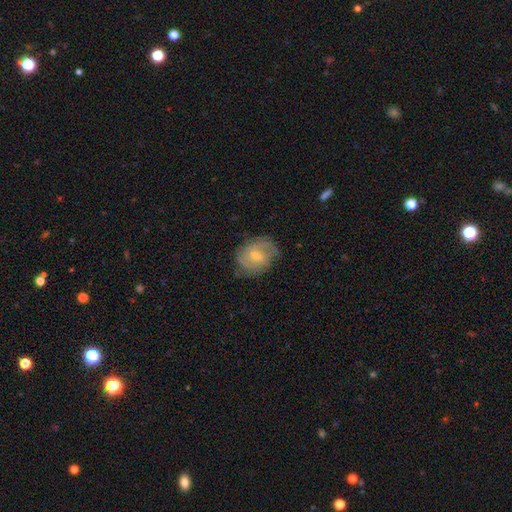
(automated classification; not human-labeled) The model was most divided on "bulge size" (2-way tie): small: 48%, moderate: 48%, none: 2%, large: 2%, dominant: 1%. Remaining: edge-on disk — no (96%); spiral arms — yes (86%); merging — none (73%); smooth or featured — featured or disk (68%); bar — weak (50%); spiral winding — tight (49%); spiral arm count — 2 (45%).